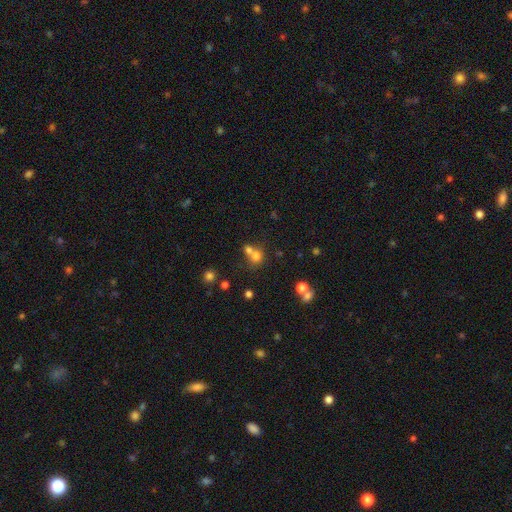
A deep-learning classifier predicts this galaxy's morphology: This is likely a smooth galaxy (71%). How rounded: likely round (79%). Merging: possibly merger (50%).